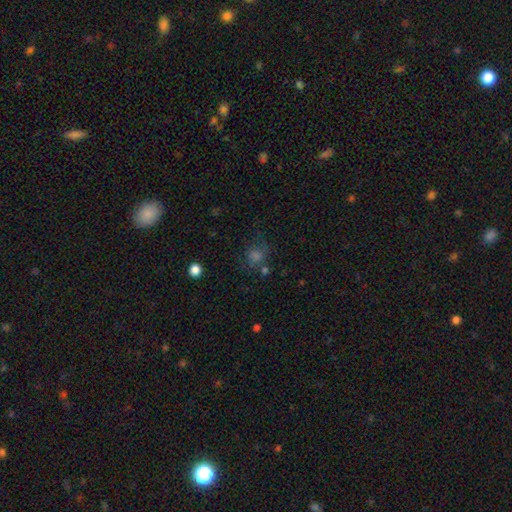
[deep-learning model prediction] Q: Smooth or featured?
A: smooth (54%); runner-up: star or artifact (32%)
Q: How rounded?
A: round (76%); runner-up: in between (23%)
Q: Merging?
A: none (62%); runner-up: minor disturbance (17%)